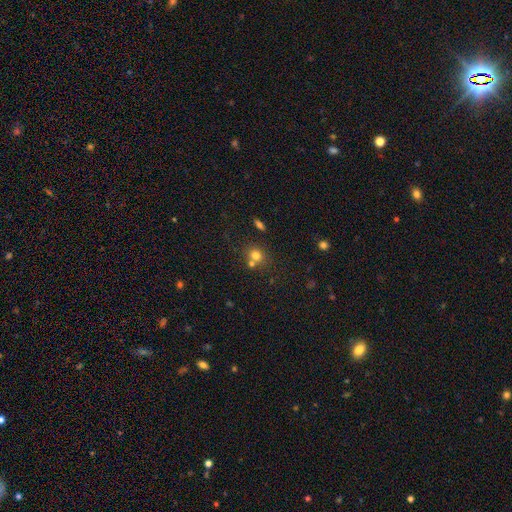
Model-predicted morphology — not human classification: This is likely a smooth galaxy (74%). How rounded: likely round (77%). Merging: possibly none (56%).